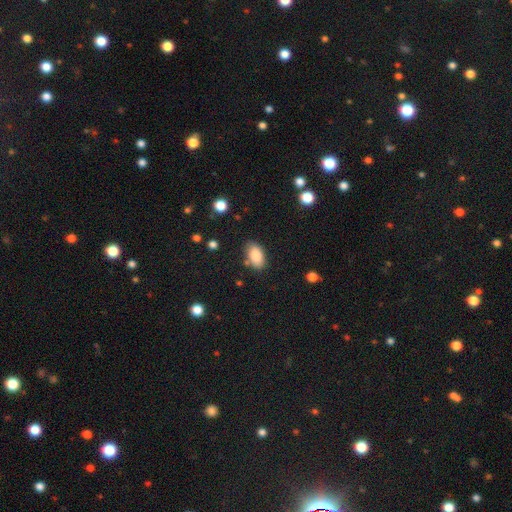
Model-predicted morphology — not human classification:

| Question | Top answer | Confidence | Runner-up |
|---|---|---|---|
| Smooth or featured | smooth | 87% | star or artifact (7%) |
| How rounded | in between | 94% | round (4%) |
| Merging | none | 79% | minor disturbance (14%) |